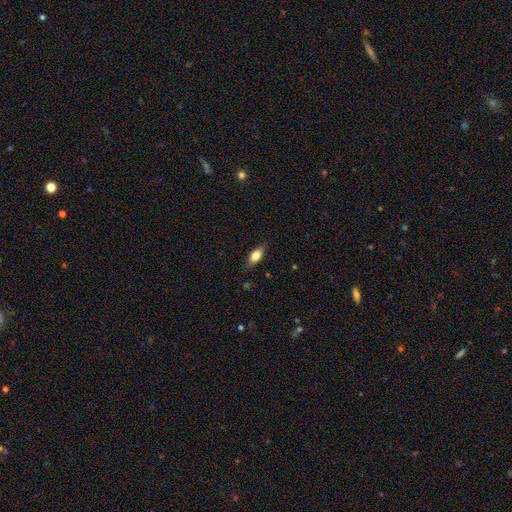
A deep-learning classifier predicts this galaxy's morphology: smooth_or_featured: smooth (p=0.70) [alt: featured or disk p=0.23]
how_rounded: in between (p=0.78) [alt: cigar-shaped p=0.16]
merging: none (p=0.81) [alt: minor disturbance p=0.15]